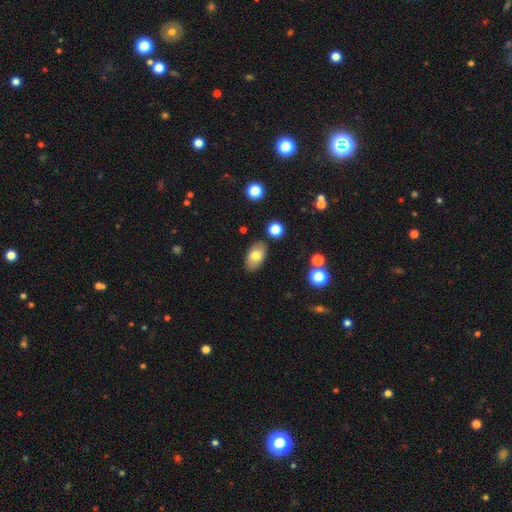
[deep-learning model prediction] Smooth or featured? smooth (75%)
How rounded? in between (92%)
Merging? none (85%)